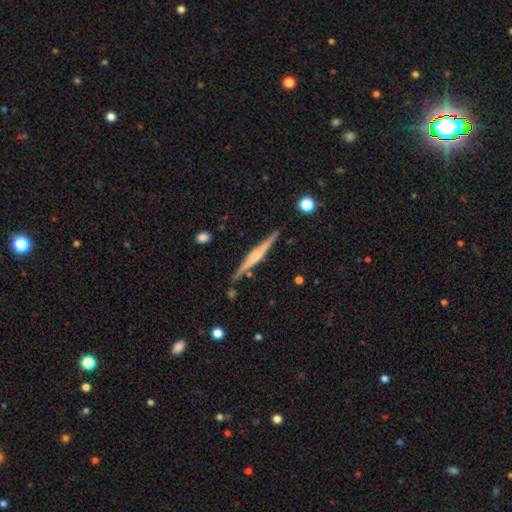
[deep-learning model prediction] Smooth or featured?
  - featured or disk: 73% *
  - smooth: 21%
  - star or artifact: 6%
Edge-on disk?
  - yes: 98% *
  - no: 2%
Edge-on bulge?
  - rounded: 68% *
  - none: 16%
  - boxy: 15%
Merging?
  - none: 87% *
  - minor disturbance: 9%
  - merger: 2%
  - major disturbance: 2%